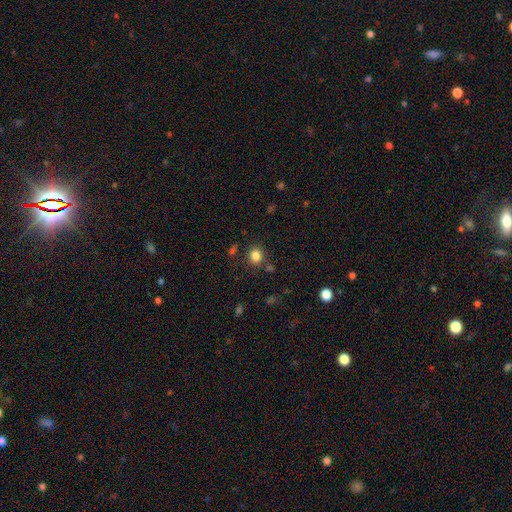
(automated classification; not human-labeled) Smooth or featured? Predicted: smooth (p=0.84). How rounded? Predicted: round (p=0.76). Merging? Predicted: none (p=0.81).